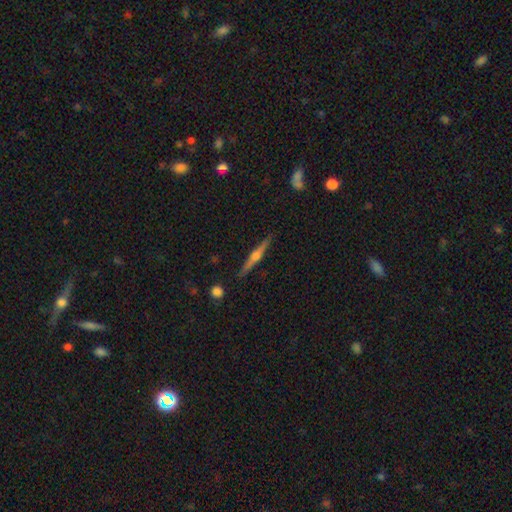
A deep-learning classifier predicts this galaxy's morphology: smooth-or-featured: featured or disk: 76% | smooth: 18% | star or artifact: 7%
  disk-edge-on: yes: 98% | no: 2%
    edge-on-bulge: rounded: 93% | boxy: 4% | none: 4%
  merging: none: 91% | minor disturbance: 7% | major disturbance: 1% | merger: 1%